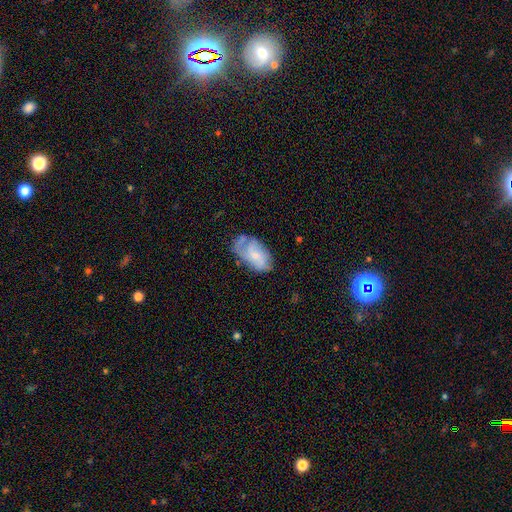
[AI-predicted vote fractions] Overall: featured or disk (50%; smooth 43%). Edge-on disk: no (96%). Merging: none (46%; minor disturbance 31%).